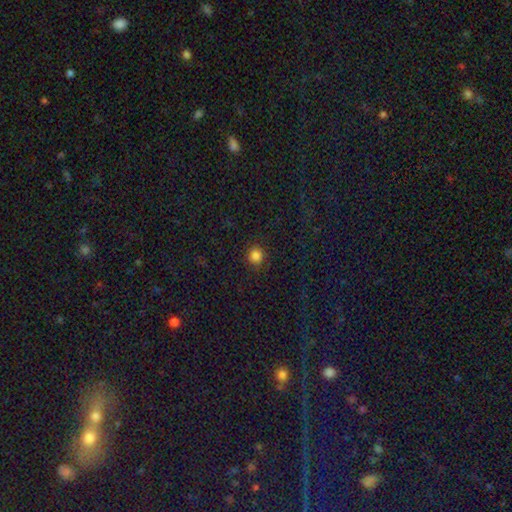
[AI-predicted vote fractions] Smooth or featured: smooth — 83% (star or artifact — 13%)
How rounded: round — 90% (in between — 9%)
Merging: none — 88% (minor disturbance — 8%)